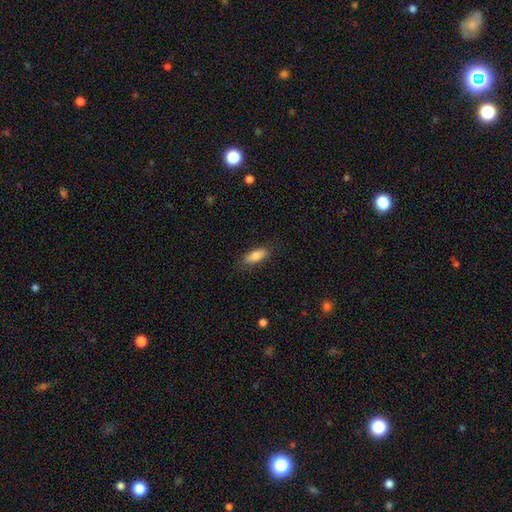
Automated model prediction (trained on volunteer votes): smooth_or_featured: smooth (p=0.78) [alt: featured or disk p=0.15]
how_rounded: in between (p=0.75) [alt: cigar-shaped p=0.23]
merging: none (p=0.81) [alt: minor disturbance p=0.14]